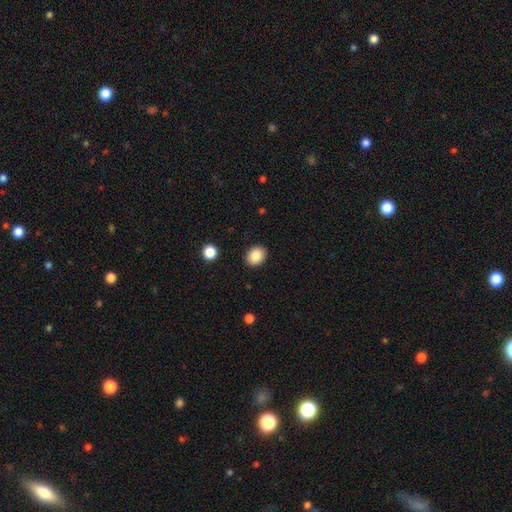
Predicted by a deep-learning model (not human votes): Morphology: type=smooth (86%); roundness=round (56%); merging=none (90%).